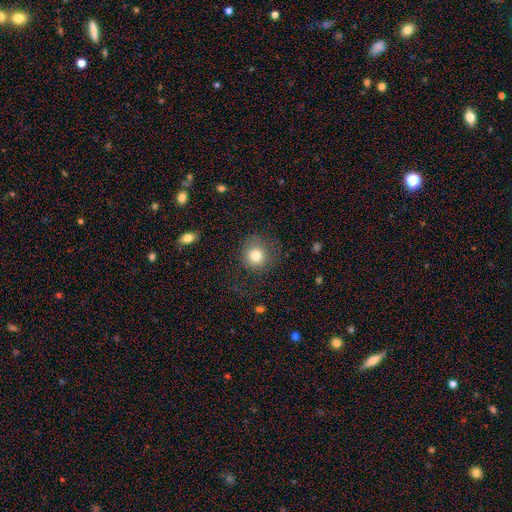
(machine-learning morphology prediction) This is likely a smooth galaxy (79%). How rounded: clearly round (90%). Merging: likely none (74%).